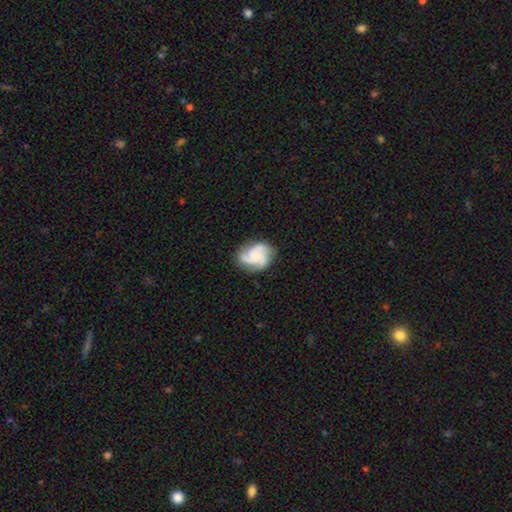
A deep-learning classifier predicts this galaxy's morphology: A featured or disk galaxy (70%) with no bar (75%), 3 (69%) medium (47%) spiral arms (96%) and no central bulge (41%).

Vote fractions:
- Smooth or featured? featured or disk: 70% / smooth: 22% / star or artifact: 8%
- Edge-on disk? no: 98% / yes: 2%
- Bar? no: 75% / weak: 21% / strong: 4%
- Spiral arms? yes: 96% / no: 4%
- Spiral winding? medium: 47% / tight: 29% / loose: 23%
- Spiral arm count? 3: 69% / 4: 11% / 2: 7% / can't tell: 6% / 1: 3% / more than 4: 3%
- Bulge size? none: 41% / small: 32% / moderate: 16% / large: 9% / dominant: 3%
- Merging? none: 70% / minor disturbance: 19% / major disturbance: 9% / merger: 2%